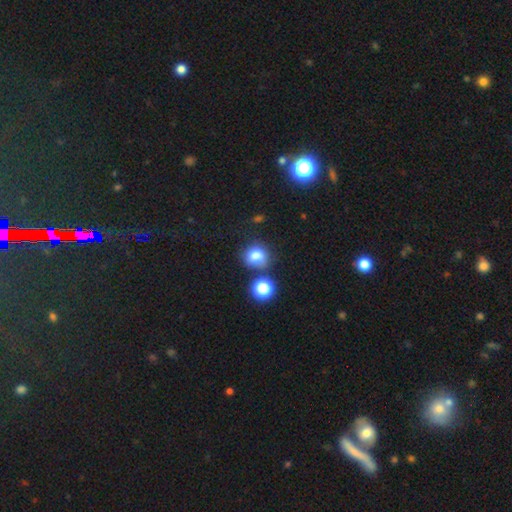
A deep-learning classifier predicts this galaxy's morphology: This appears to be a smooth galaxy with no disk features (79%) that is round (68%). Merging: none (59%).